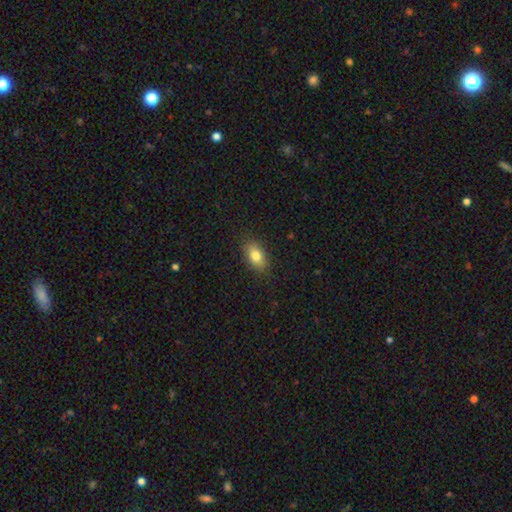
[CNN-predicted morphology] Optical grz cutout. It shows a smooth galaxy with no disk features (82%) that is in between round and cigar-shaped (87%). Merging: none (85%).